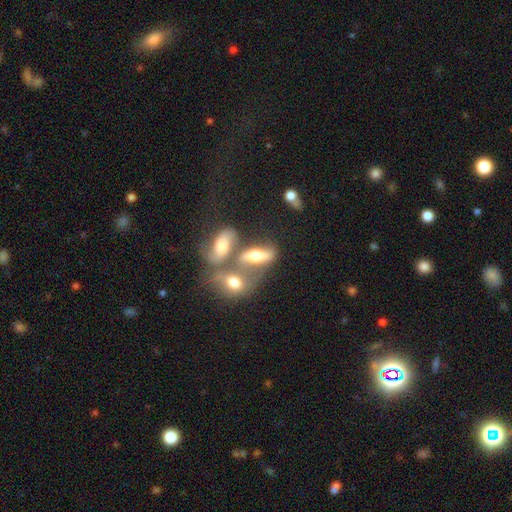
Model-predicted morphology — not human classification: Smooth or featured? smooth (51%)
How rounded? in between (72%)
Merging? merger (53%)